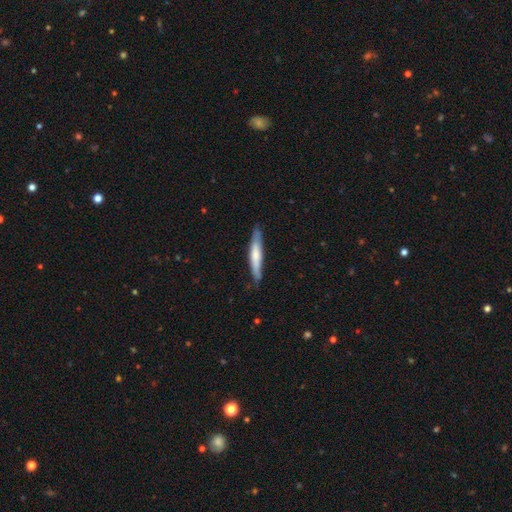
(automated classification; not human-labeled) A smooth galaxy with no disk features (61%) that is cigar-shaped (91%). Merging: none (83%).